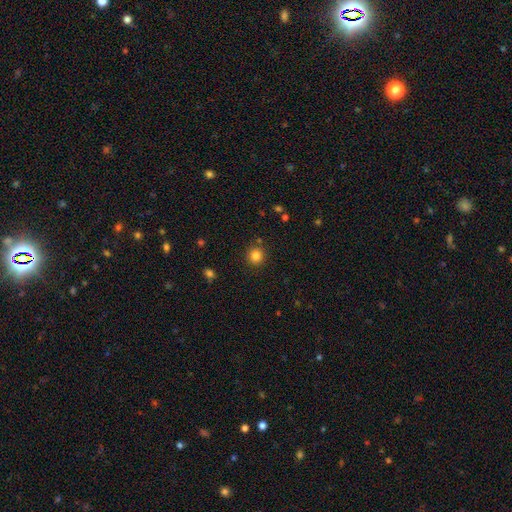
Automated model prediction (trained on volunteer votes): Smooth or featured: smooth — 83% (star or artifact — 12%)
How rounded: round — 91% (in between — 8%)
Merging: none — 87% (minor disturbance — 8%)